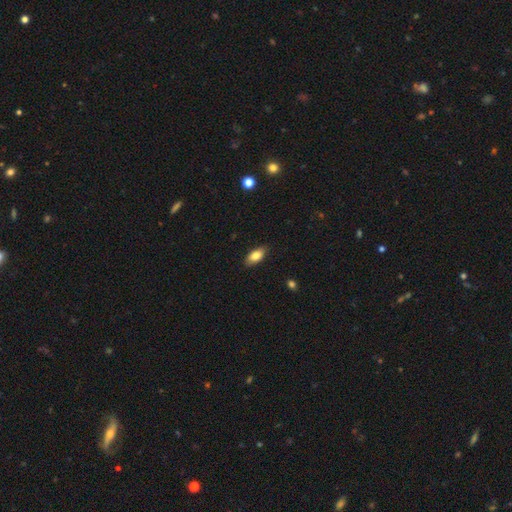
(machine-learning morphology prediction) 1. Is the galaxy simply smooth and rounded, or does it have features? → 81% smooth, 12% featured or disk, 7% star or artifact.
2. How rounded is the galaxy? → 88% in between, 9% cigar-shaped, 3% round.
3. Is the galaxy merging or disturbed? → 86% none, 11% minor disturbance, 2% major disturbance, 1% merger.